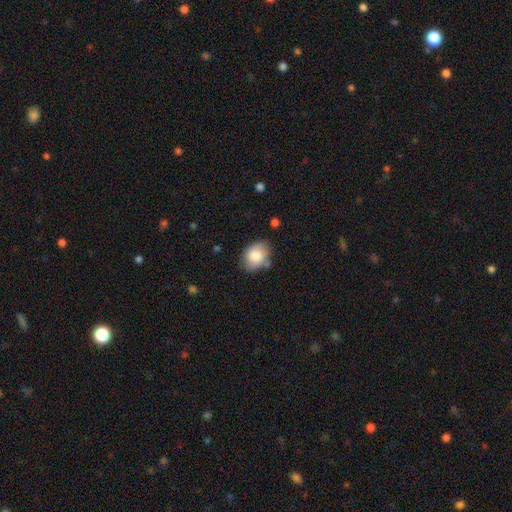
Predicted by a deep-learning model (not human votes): Smooth or featured? smooth (82%)
How rounded? in between (74%)
Merging? none (71%)